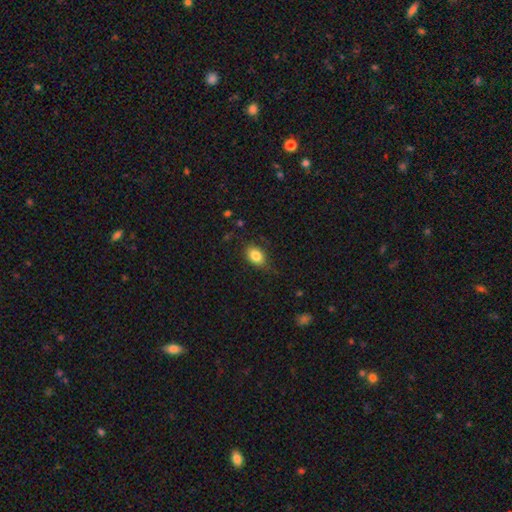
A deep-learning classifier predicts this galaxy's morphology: Smooth or featured? smooth (84%)
How rounded? in between (79%)
Merging? none (78%)